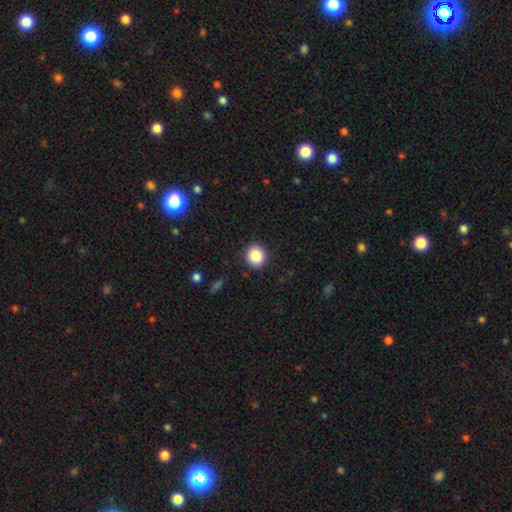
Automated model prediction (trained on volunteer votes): smooth_or_featured: smooth (p=0.86) [alt: star or artifact p=0.09]
how_rounded: round (p=0.82) [alt: in between p=0.17]
merging: none (p=0.90) [alt: minor disturbance p=0.07]